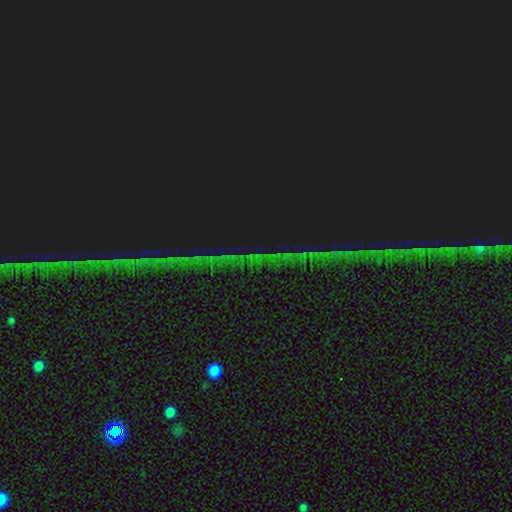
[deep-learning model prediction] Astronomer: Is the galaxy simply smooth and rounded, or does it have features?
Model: star or artifact — 84%.